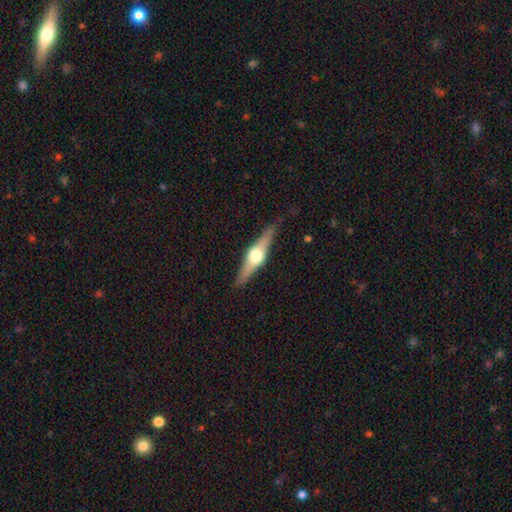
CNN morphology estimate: smooth-or-featured: featured or disk: 77% | smooth: 18% | star or artifact: 5%
  disk-edge-on: yes: 97% | no: 3%
    edge-on-bulge: rounded: 95% | boxy: 4% | none: 1%
  merging: none: 88% | minor disturbance: 9% | major disturbance: 2% | merger: 1%